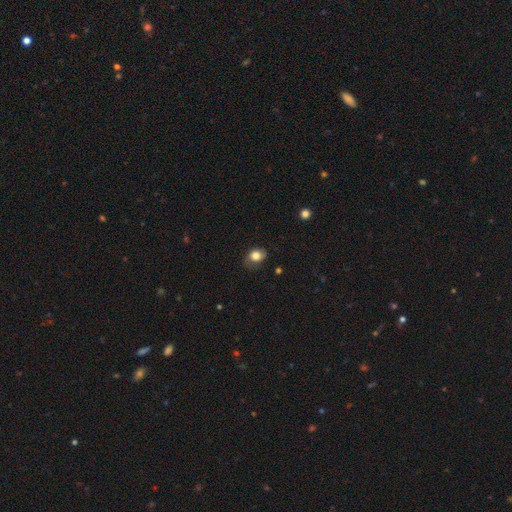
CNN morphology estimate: The model was most divided on "how rounded": in between: 56%, round: 43%, cigar-shaped: 1%. More confident: smooth or featured — smooth (78%); merging — none (67%).